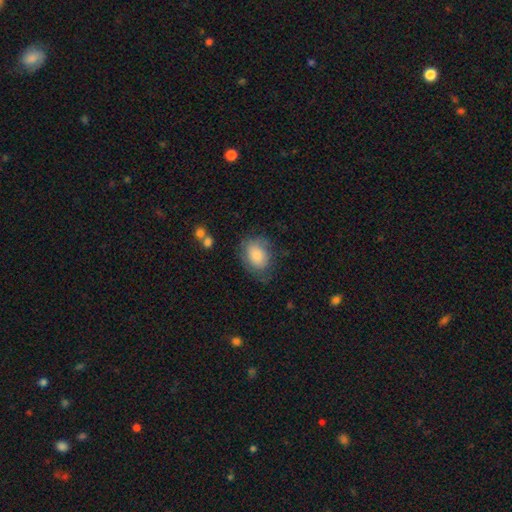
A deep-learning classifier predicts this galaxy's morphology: smooth-or-featured: smooth: 73% | featured or disk: 18% | star or artifact: 8%
  how-rounded: in between: 71% | round: 28% | cigar-shaped: 1%
  merging: none: 64% | minor disturbance: 24% | major disturbance: 10% | merger: 2%